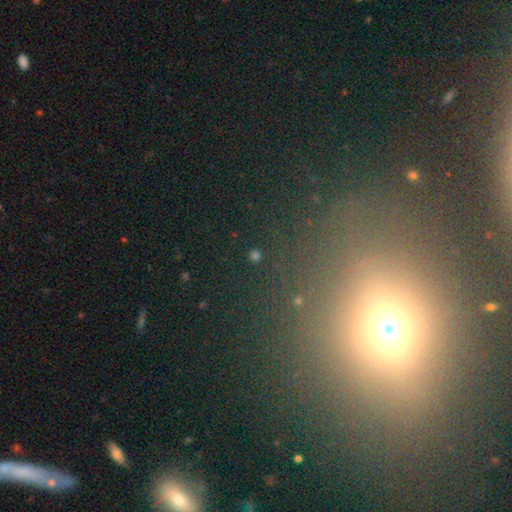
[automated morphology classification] Overall: star or artifact (53%; smooth 32%).